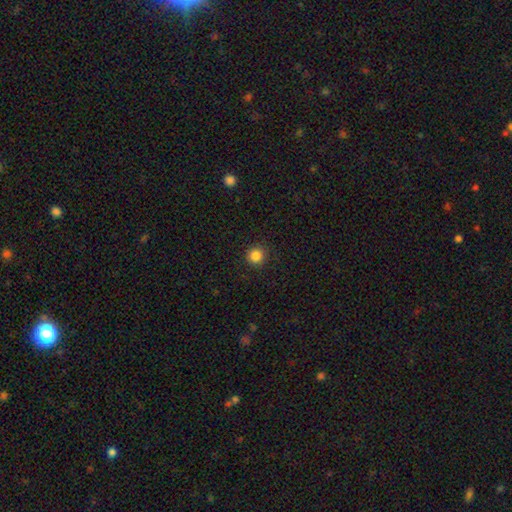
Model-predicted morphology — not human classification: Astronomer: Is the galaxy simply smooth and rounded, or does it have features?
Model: smooth — 84%.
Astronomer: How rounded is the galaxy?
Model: round — 95%.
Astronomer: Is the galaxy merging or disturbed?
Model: none — 92%.